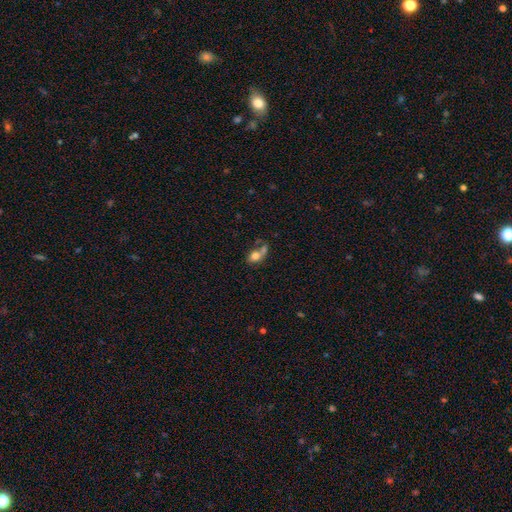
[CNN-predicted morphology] Overall: smooth (74%). How rounded: in between (68%; round 29%). Merging: merger (38%; none 34%).